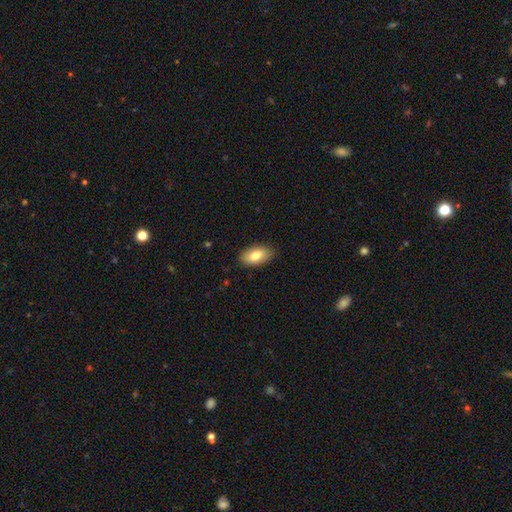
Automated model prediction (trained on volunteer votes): smooth_or_featured: smooth (p=0.80) [alt: featured or disk p=0.14]
how_rounded: in between (p=0.93) [alt: round p=0.04]
merging: none (p=0.87) [alt: minor disturbance p=0.10]